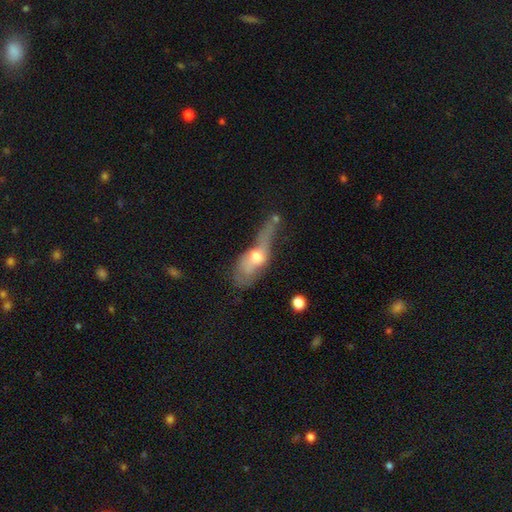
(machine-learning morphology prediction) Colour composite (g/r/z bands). It shows a smooth galaxy with no disk features (48%). Merging: major disturbance (41%).